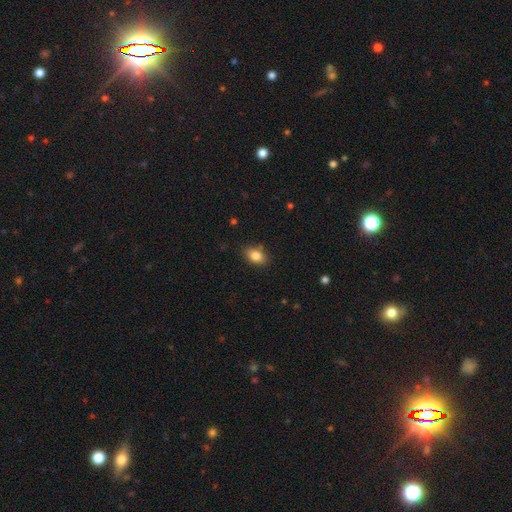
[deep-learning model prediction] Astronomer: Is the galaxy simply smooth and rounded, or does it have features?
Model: smooth — 84%.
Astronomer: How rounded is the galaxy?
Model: in between — 81%.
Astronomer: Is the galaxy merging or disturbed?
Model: none — 85%.